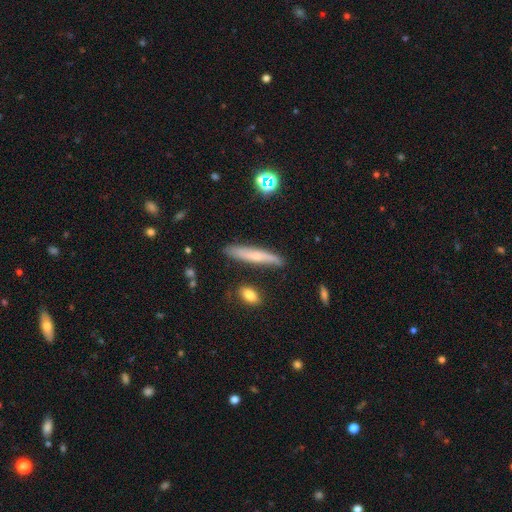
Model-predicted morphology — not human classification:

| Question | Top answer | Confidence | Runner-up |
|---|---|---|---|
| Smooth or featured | smooth | 51% | featured or disk (40%) |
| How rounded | cigar-shaped | 89% | in between (8%) |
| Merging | none | 78% | minor disturbance (16%) |